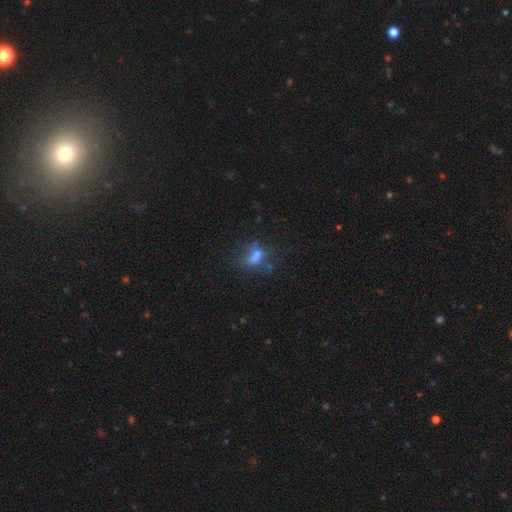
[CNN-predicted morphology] smooth_or_featured: smooth (p=0.50) [alt: featured or disk p=0.31]
how_rounded: in between (p=0.64) [alt: round p=0.26]
merging: none (p=0.44) [alt: minor disturbance p=0.19]